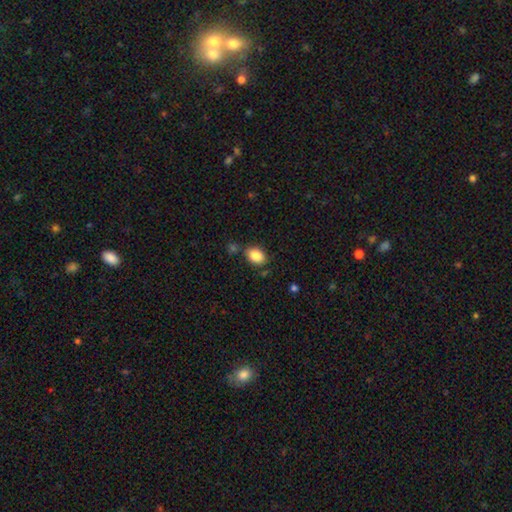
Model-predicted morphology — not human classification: smooth_or_featured: smooth (p=0.87) [alt: star or artifact p=0.08]
how_rounded: in between (p=0.76) [alt: round p=0.23]
merging: none (p=0.76) [alt: minor disturbance p=0.14]